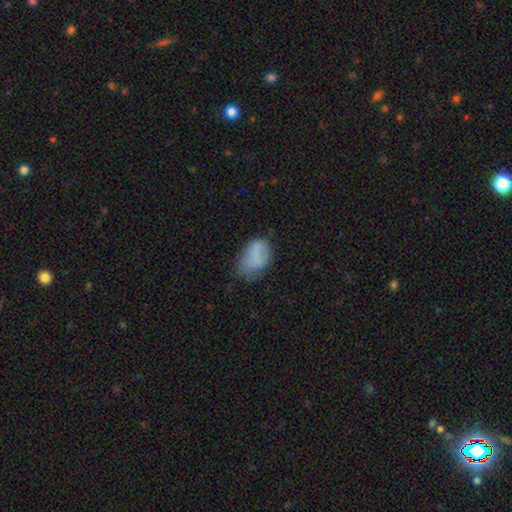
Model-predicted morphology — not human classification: This is likely a smooth galaxy (75%). How rounded: clearly in between (88%). Merging: marginally none (42%).